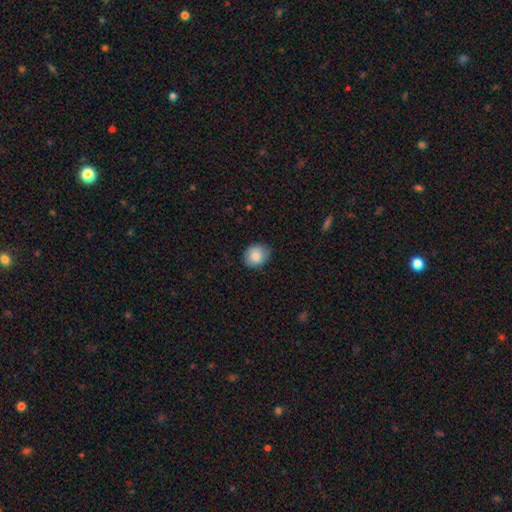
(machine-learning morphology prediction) smooth 84%, featured or disk 9%, star or artifact 8%. Down the decision tree: how rounded — round (64%); merging — none (81%).